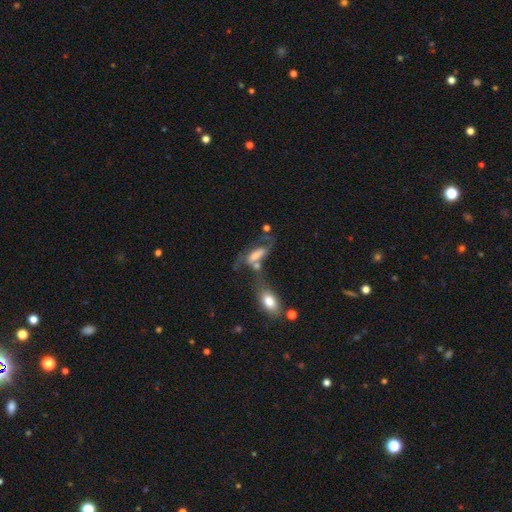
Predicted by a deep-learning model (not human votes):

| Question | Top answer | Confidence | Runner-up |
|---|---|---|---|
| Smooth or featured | featured or disk | 53% | smooth (37%) |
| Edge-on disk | no | 81% | yes (19%) |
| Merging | merger | 38% | none (27%) |